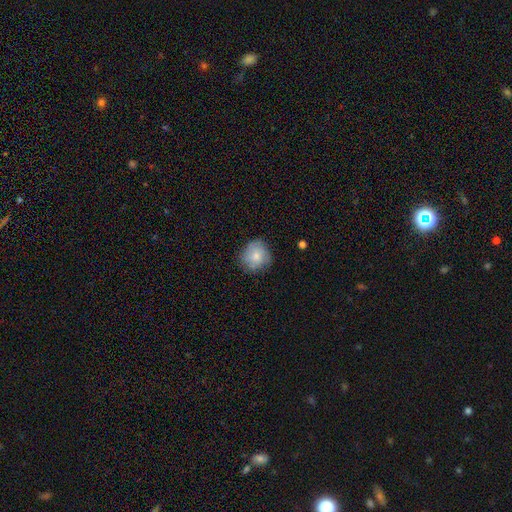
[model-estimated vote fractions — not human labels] Morphology: type=smooth (74%); roundness=round (86%); merging=none (75%).